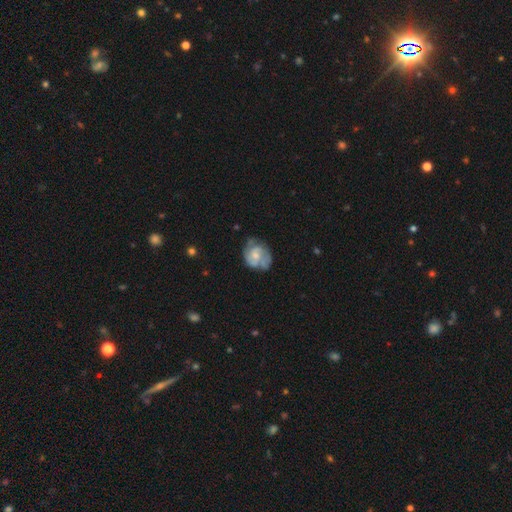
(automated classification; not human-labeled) This appears to be a featured or disk galaxy (60%) with no bar (71%), spiral arms (71%) and a small central bulge (45%). Merging: none (50%).